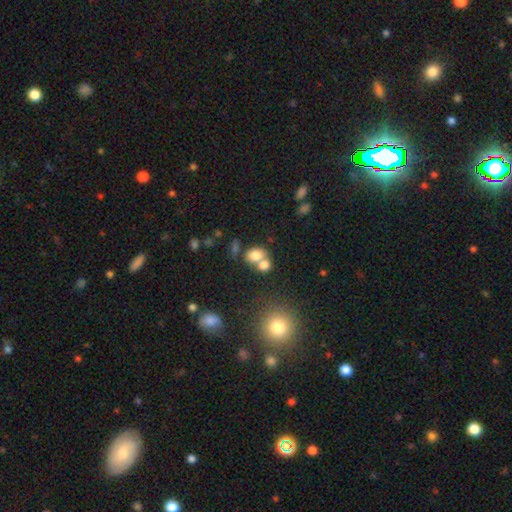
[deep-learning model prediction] smooth 77%, featured or disk 12%, star or artifact 11%. Down the decision tree: how rounded — in between (57%); merging — merger (53%).